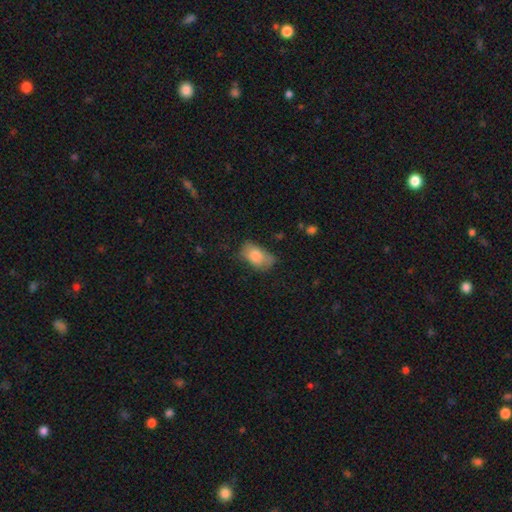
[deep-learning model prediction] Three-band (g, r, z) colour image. It shows a smooth galaxy with no disk features (80%) that is in between round and cigar-shaped (90%). Merging: none (47%).